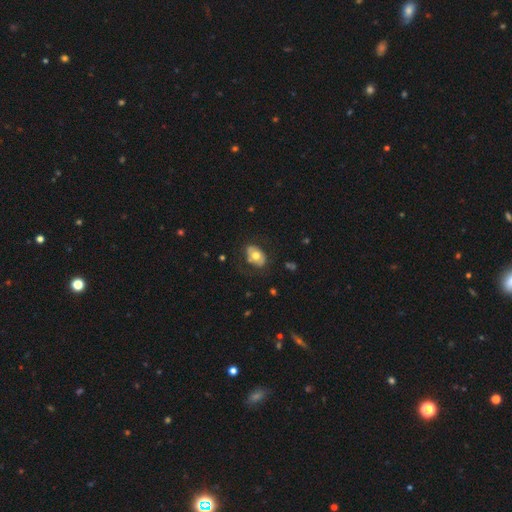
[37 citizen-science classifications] Smooth or featured? 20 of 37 (54%) said smooth. How rounded? 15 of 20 (75%) said in between. Merging? 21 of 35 (60%) said none.